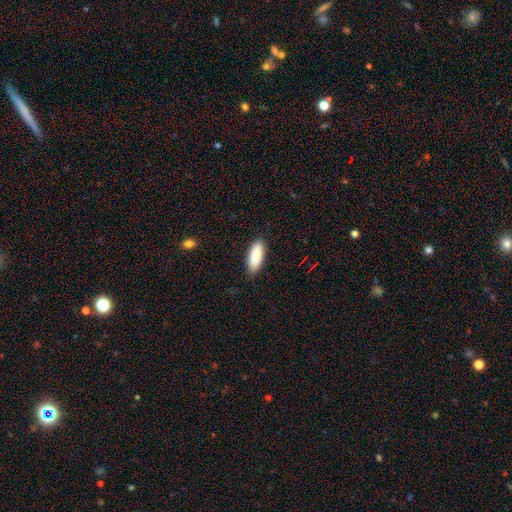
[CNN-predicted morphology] Smooth or featured? Predicted: smooth (p=0.89). How rounded? Predicted: in between (p=0.72). Merging? Predicted: none (p=0.86).